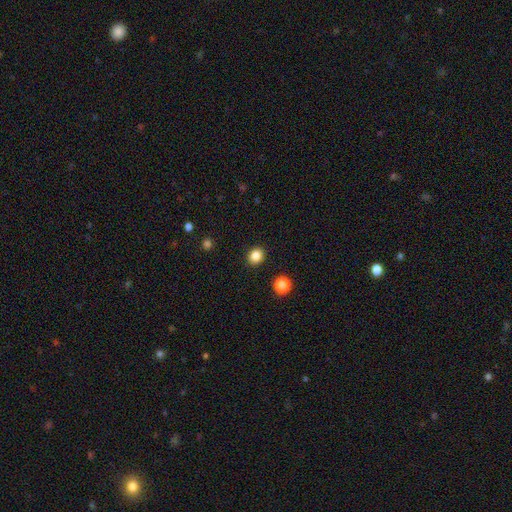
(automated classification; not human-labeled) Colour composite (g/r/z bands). It shows a smooth galaxy with no disk features (85%) that is round (75%). Merging: none (91%).